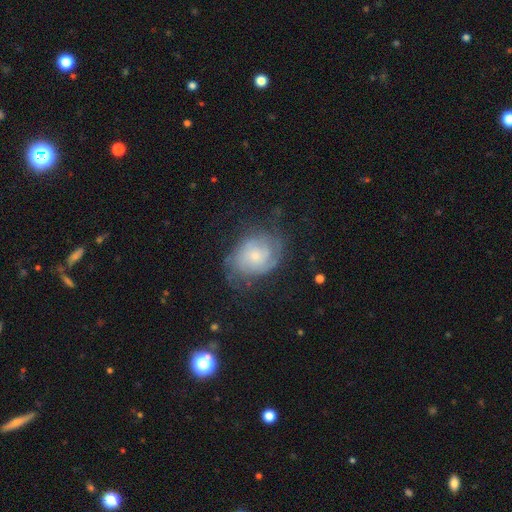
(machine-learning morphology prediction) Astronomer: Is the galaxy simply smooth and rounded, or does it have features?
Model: featured or disk — 63%.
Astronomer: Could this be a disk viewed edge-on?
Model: no — 97%.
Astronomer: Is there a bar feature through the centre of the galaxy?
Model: no — 75%.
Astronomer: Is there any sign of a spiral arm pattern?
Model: yes — 85%.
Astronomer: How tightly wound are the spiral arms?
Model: tight — 52% (runner-up: medium, 34%).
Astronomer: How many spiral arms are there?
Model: can't tell — 39% (runner-up: 2, 37%).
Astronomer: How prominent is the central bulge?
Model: small — 59%.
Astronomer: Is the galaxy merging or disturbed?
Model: none — 57%.